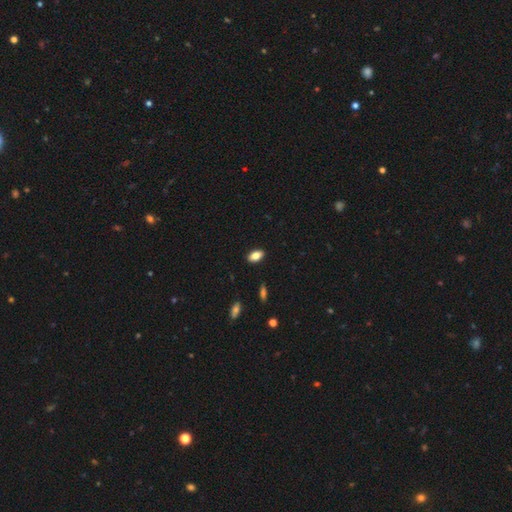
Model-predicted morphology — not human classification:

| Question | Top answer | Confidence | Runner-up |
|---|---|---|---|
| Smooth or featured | smooth | 82% | featured or disk (10%) |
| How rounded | in between | 90% | round (6%) |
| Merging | none | 89% | minor disturbance (8%) |